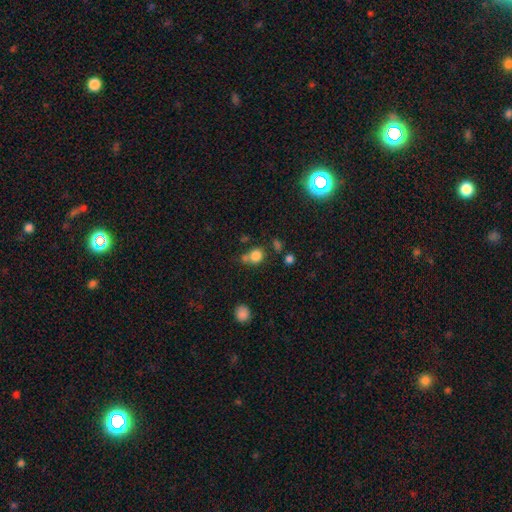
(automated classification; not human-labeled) The model was most divided on "merging": none: 56%, merger: 27%, minor disturbance: 12%, major disturbance: 5%. More confident: smooth or featured — smooth (80%); how rounded — round (77%).